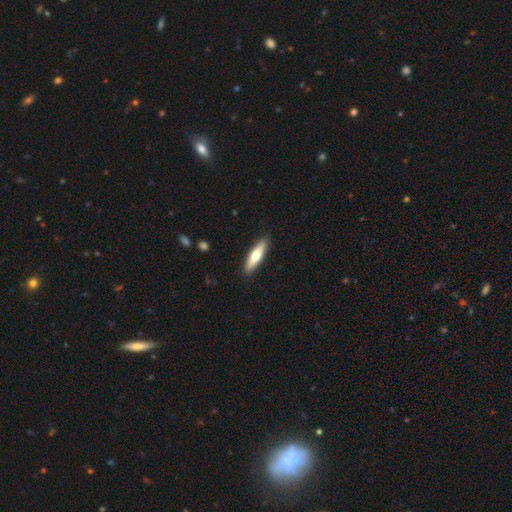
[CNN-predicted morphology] type=smooth (58%); roundness=cigar-shaped (69%); merging=none (90%).